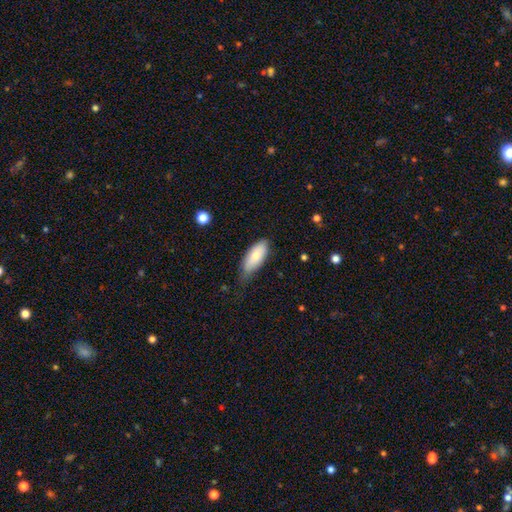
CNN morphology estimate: Overall: smooth (77%). How rounded: in between (84%). Merging: none (57%; minor disturbance 35%).